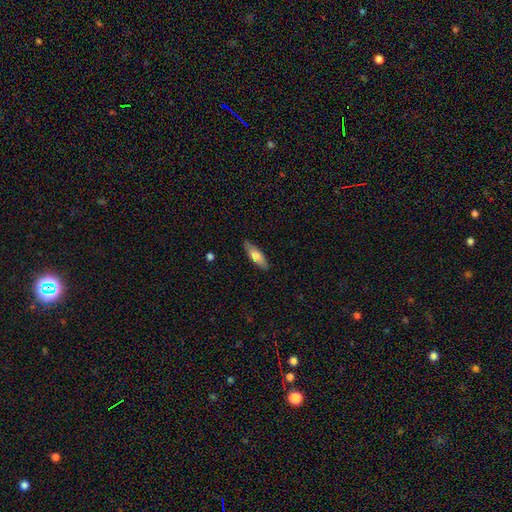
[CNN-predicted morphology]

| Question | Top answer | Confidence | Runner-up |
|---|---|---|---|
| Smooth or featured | smooth | 69% | featured or disk (25%) |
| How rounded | in between | 54% | cigar-shaped (44%) |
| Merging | none | 85% | minor disturbance (12%) |